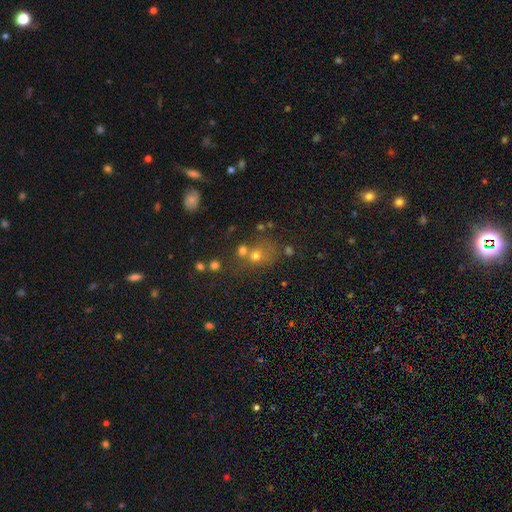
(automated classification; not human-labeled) Smooth or featured: smooth — 62% (star or artifact — 24%)
How rounded: round — 75% (in between — 24%)
Merging: none — 44% (merger — 37%)